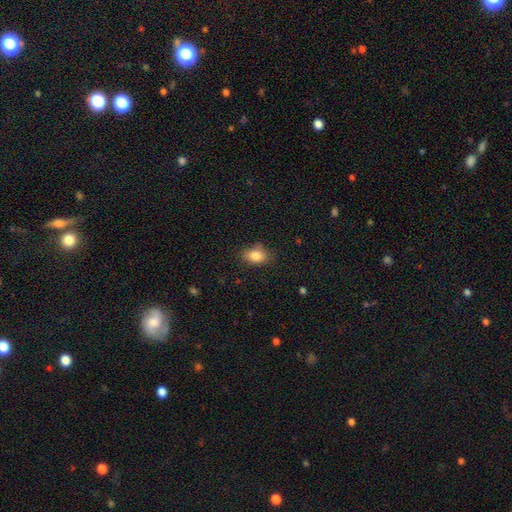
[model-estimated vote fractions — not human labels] smooth_or_featured: smooth (p=0.84) [alt: star or artifact p=0.09]
how_rounded: in between (p=0.79) [alt: round p=0.19]
merging: none (p=0.74) [alt: minor disturbance p=0.20]